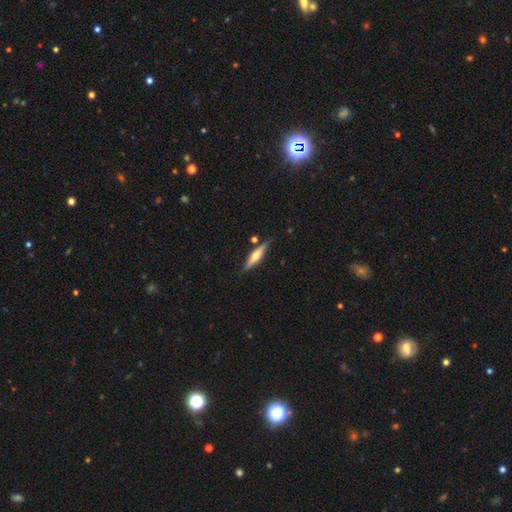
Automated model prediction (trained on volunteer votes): smooth_or_featured: featured or disk (p=0.58) [alt: smooth p=0.36]
disk_edge_on: yes (p=0.95) [alt: no p=0.05]
edge_on_bulge: rounded (p=0.86) [alt: boxy p=0.07]
merging: none (p=0.81) [alt: minor disturbance p=0.12]